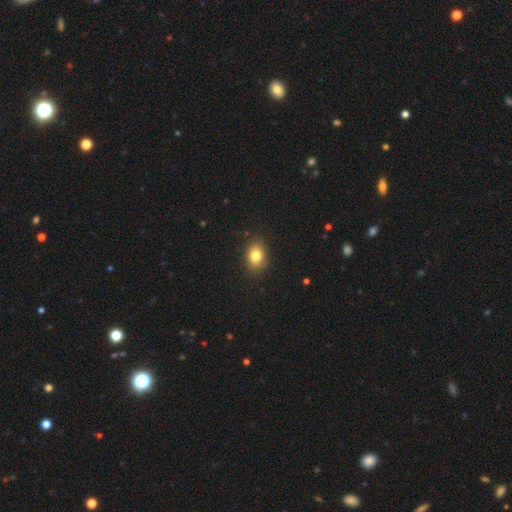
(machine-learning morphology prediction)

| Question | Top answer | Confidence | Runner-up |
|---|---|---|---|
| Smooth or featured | smooth | 81% | star or artifact (10%) |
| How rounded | in between | 69% | round (30%) |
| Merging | none | 85% | minor disturbance (11%) |